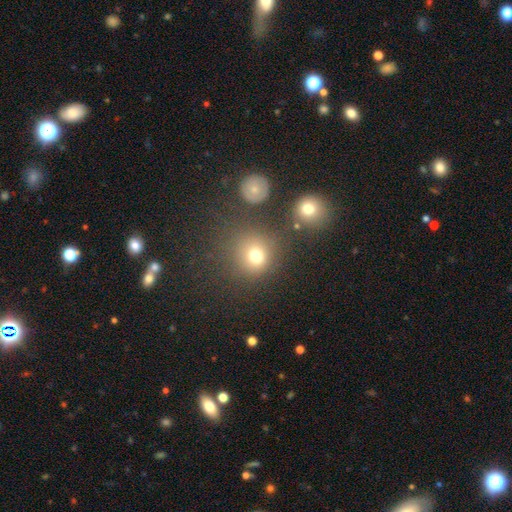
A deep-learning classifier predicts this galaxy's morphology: This is likely a smooth galaxy (75%). How rounded: clearly round (85%). Merging: likely none (74%).